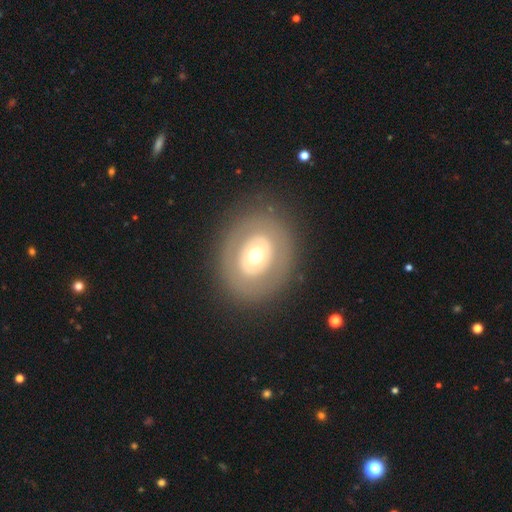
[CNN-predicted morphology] Smooth or featured? featured or disk (52%)
Edge-on disk? no (94%)
Merging? none (84%)